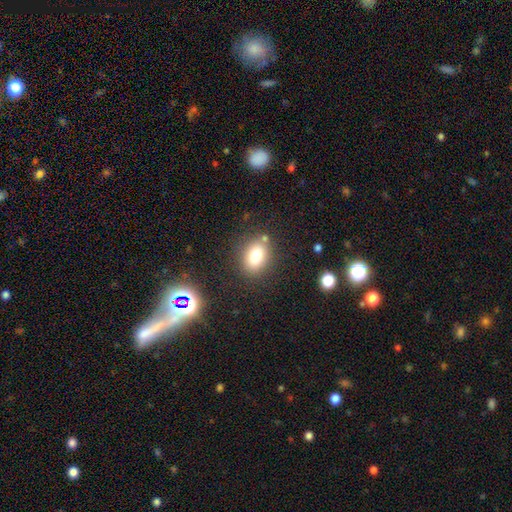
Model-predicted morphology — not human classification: smooth 76%, star or artifact 12%, featured or disk 11%. Down the decision tree: how rounded — in between (63%); merging — none (79%).